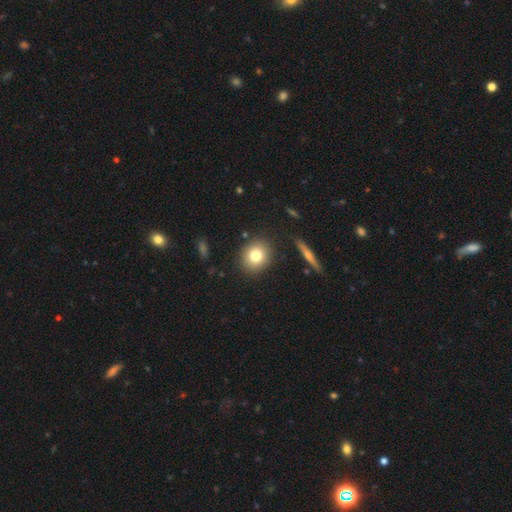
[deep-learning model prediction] smooth 78%, featured or disk 12%, star or artifact 10%. Down the decision tree: how rounded — round (72%); merging — none (88%).